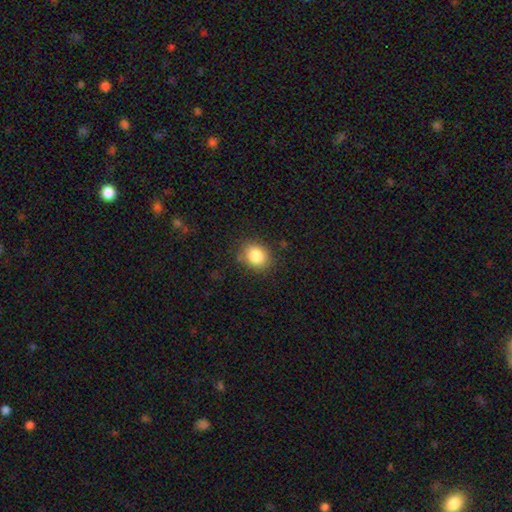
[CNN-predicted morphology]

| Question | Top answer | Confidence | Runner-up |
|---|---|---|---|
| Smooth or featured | smooth | 85% | star or artifact (9%) |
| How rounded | round | 56% | in between (43%) |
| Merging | none | 83% | minor disturbance (13%) |